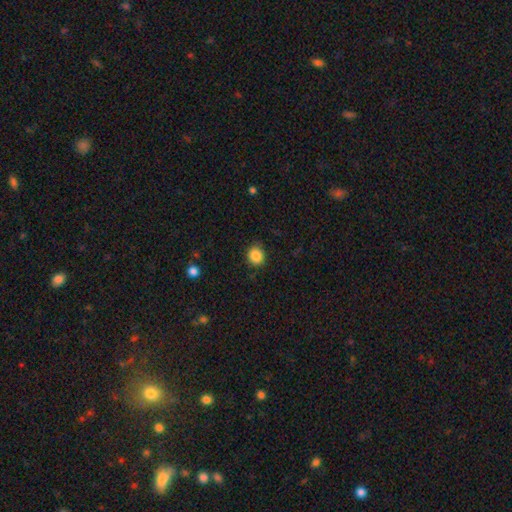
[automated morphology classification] The model was most divided on "how rounded": round: 79%, in between: 20%, cigar-shaped: 1%. More confident: smooth or featured — smooth (86%); merging — none (85%).